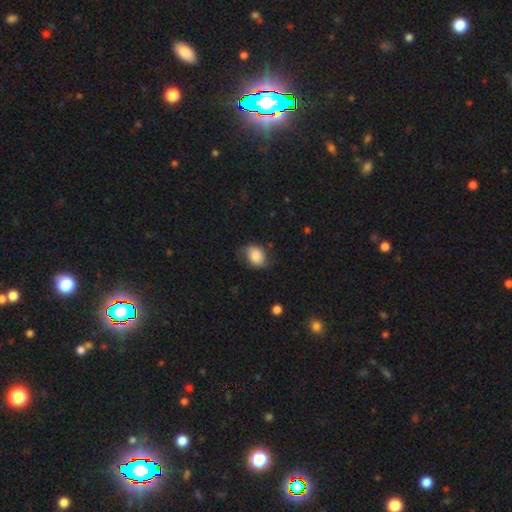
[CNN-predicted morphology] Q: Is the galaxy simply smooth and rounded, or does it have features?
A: smooth — 77%.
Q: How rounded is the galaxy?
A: in between — 71%.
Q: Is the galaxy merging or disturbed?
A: none — 60%.